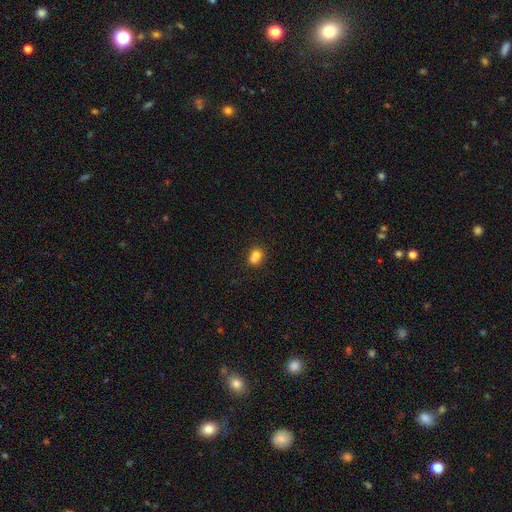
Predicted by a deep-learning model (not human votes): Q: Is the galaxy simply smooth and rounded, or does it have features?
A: smooth — 73%.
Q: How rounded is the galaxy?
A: round — 68%.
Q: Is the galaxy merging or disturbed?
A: merger — 54%.